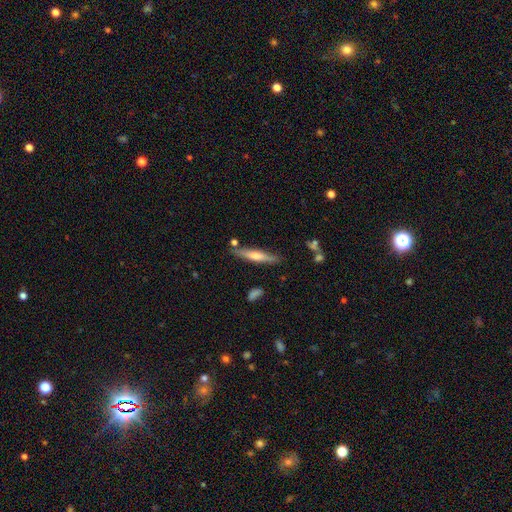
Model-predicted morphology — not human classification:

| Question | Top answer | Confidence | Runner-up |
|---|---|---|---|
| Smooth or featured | featured or disk | 55% | smooth (38%) |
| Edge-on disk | yes | 95% | no (5%) |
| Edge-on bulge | rounded | 80% | none (12%) |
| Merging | none | 84% | minor disturbance (10%) |